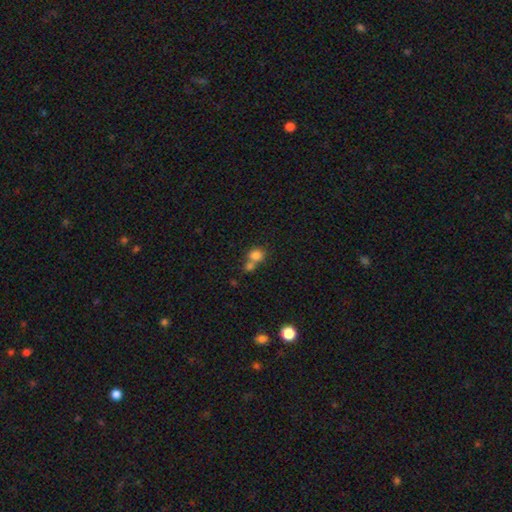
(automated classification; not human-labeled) Smooth or featured? Predicted: smooth (p=0.75). How rounded? Predicted: round (p=0.82). Merging? Predicted: none (p=0.45, tied with merger).